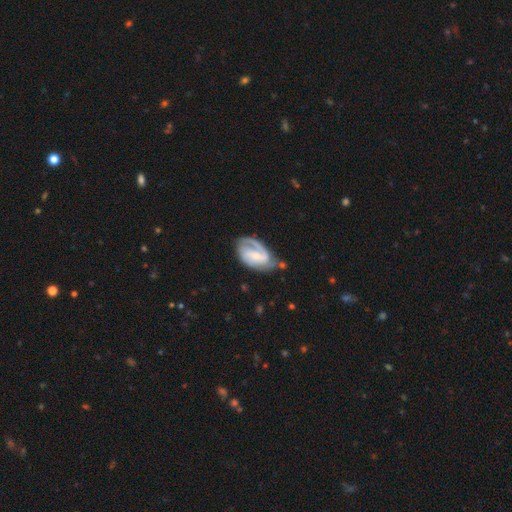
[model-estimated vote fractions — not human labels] Smooth or featured: featured or disk — 79% (smooth — 16%)
Edge-on disk: no — 97% (yes — 3%)
Bar: weak — 45% (no — 35%)
Spiral arms: yes — 93% (no — 7%)
Spiral winding: medium — 44% (tight — 39%)
Spiral arm count: 2 — 58% (1 — 20%)
Bulge size: small — 62% (moderate — 30%)
Merging: none — 51% (minor disturbance — 29%)